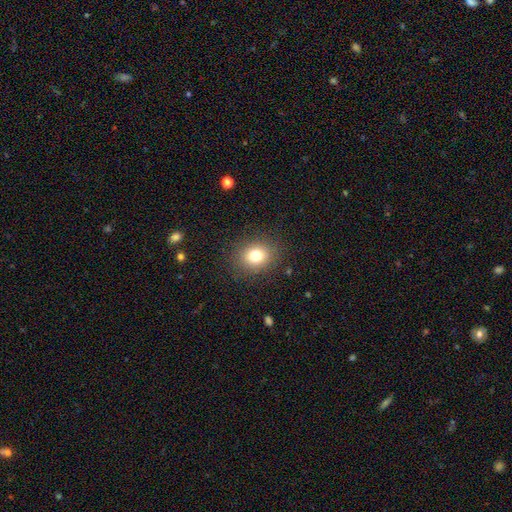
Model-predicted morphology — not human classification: Smooth or featured? Predicted: smooth (p=0.78). How rounded? Predicted: round (p=0.68). Merging? Predicted: none (p=0.87).